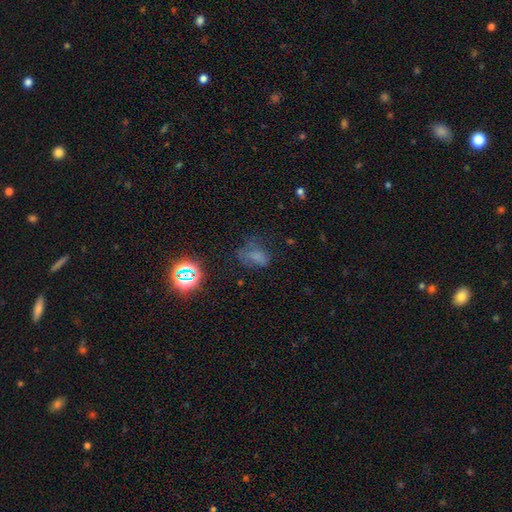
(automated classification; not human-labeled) This is possibly a smooth galaxy (53%). How rounded: likely in between (73%). Merging: possibly none (45%).